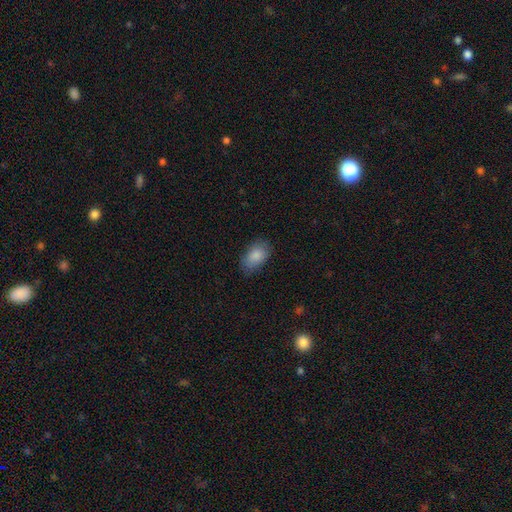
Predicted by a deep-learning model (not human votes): The model was most divided on "merging": none: 77%, minor disturbance: 18%, major disturbance: 4%, merger: 1%. More confident: how rounded — in between (92%); smooth or featured — smooth (86%).